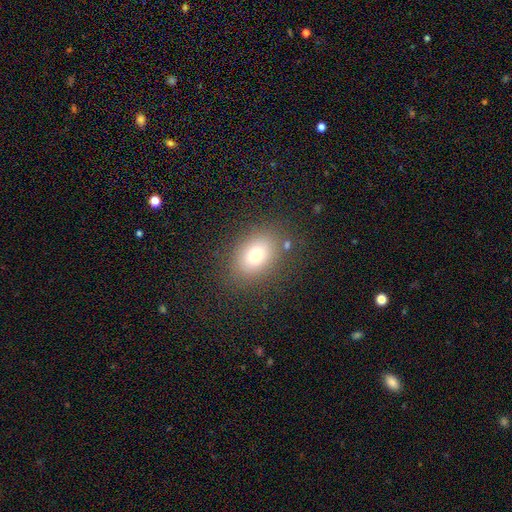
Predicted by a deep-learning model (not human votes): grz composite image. It shows a smooth galaxy with no disk features (74%) that is in between round and cigar-shaped (71%). Merging: none (82%).